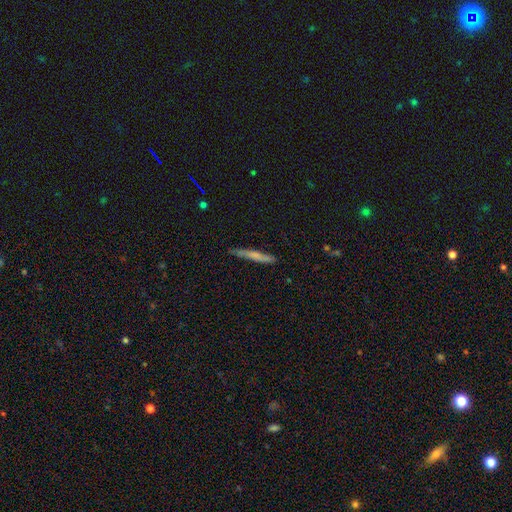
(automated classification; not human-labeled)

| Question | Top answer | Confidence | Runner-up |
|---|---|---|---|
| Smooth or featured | smooth | 61% | featured or disk (33%) |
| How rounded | cigar-shaped | 95% | in between (4%) |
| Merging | none | 80% | minor disturbance (15%) |